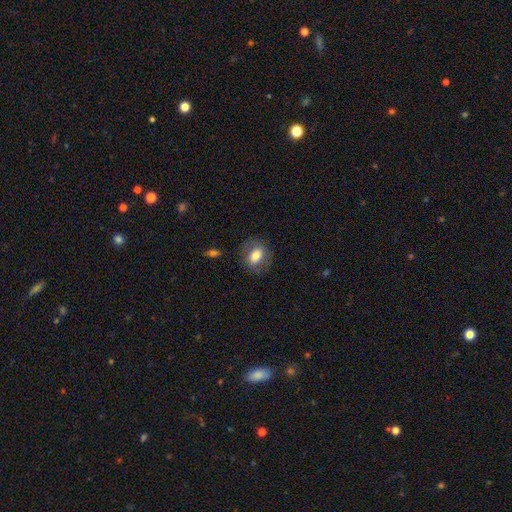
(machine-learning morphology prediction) The model was most divided on "how rounded": in between: 63%, round: 35%, cigar-shaped: 1%. More confident: merging — none (79%); smooth or featured — smooth (76%).